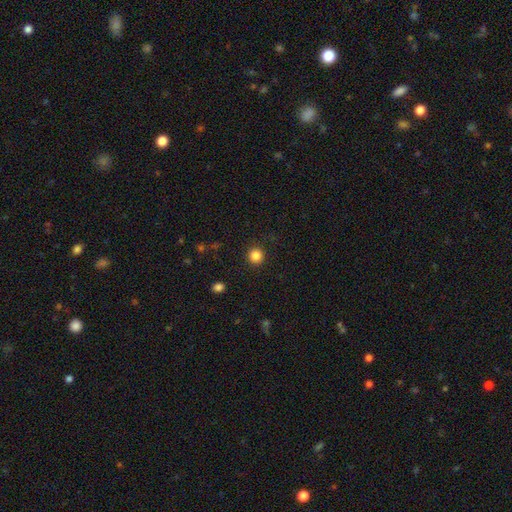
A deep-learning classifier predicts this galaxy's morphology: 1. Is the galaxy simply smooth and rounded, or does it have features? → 85% smooth, 11% star or artifact, 4% featured or disk.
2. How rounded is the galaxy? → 95% round, 4% in between, 1% cigar-shaped.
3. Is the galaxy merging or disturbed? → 92% none, 5% minor disturbance, 2% major disturbance, 1% merger.